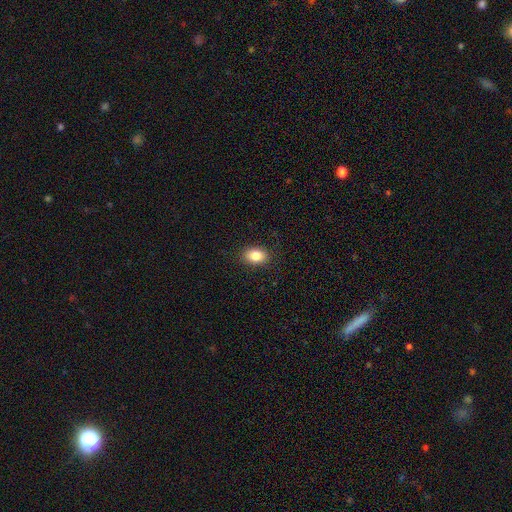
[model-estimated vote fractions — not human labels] smooth_or_featured: smooth (p=0.85) [alt: star or artifact p=0.09]
how_rounded: in between (p=0.80) [alt: round p=0.19]
merging: none (p=0.88) [alt: minor disturbance p=0.09]